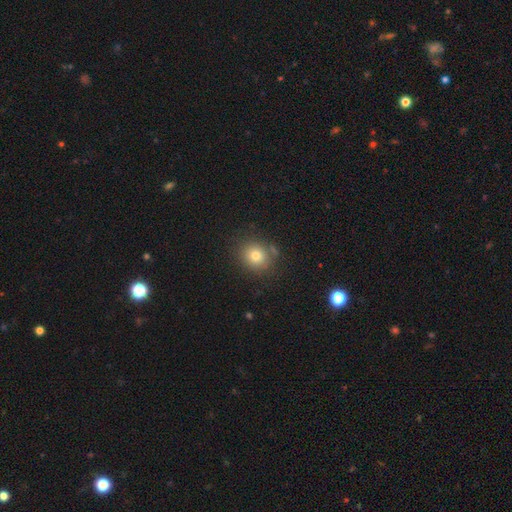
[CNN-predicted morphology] Smooth or featured?
  - smooth: 76% *
  - star or artifact: 14%
  - featured or disk: 10%
How rounded?
  - round: 81% *
  - in between: 18%
  - cigar-shaped: 1%
Merging?
  - none: 81% *
  - minor disturbance: 11%
  - merger: 5%
  - major disturbance: 4%